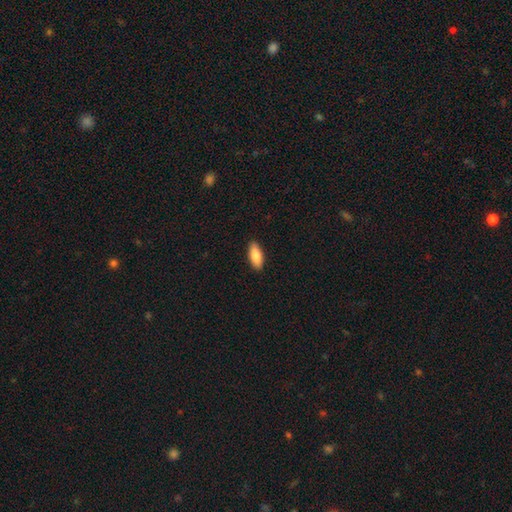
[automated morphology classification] Smooth or featured? smooth (84%)
How rounded? in between (77%)
Merging? none (90%)